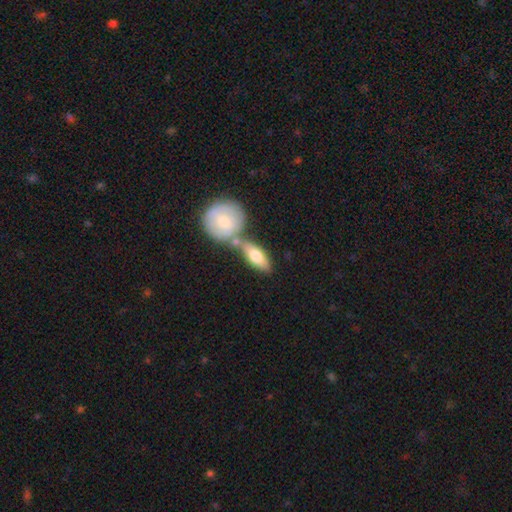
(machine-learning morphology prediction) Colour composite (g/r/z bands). It shows a smooth galaxy with no disk features (69%) that is in between round and cigar-shaped (72%). Merging: none (50%).